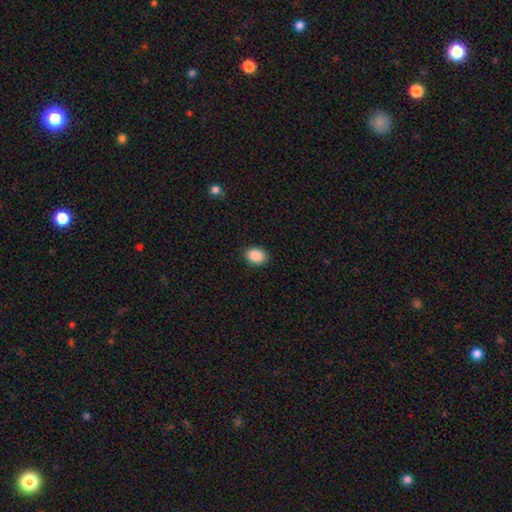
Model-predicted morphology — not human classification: This is clearly a smooth galaxy (89%). How rounded: likely in between (71%). Merging: clearly none (90%).